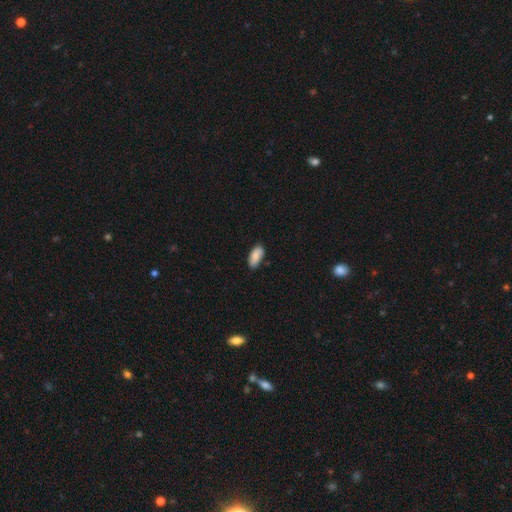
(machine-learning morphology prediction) Smooth or featured? smooth (84%)
How rounded? in between (89%)
Merging? none (79%)